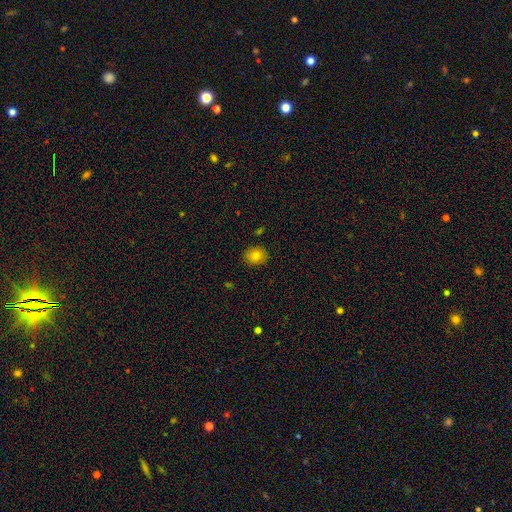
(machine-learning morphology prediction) smooth-or-featured: smooth: 79% | star or artifact: 11% | featured or disk: 10%
  how-rounded: round: 67% | in between: 32% | cigar-shaped: 1%
  merging: none: 88% | minor disturbance: 8% | major disturbance: 2% | merger: 1%